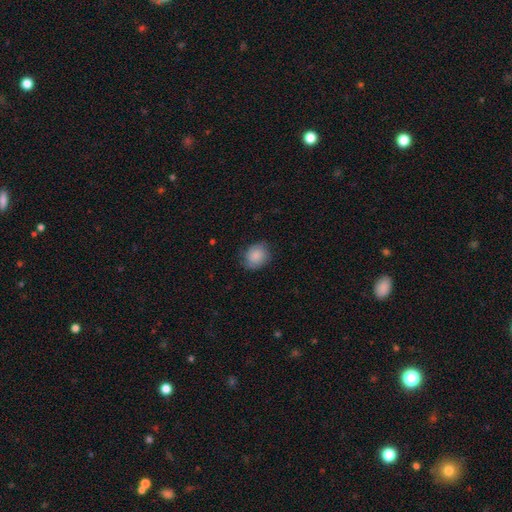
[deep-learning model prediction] smooth_or_featured: smooth (p=0.78) [alt: featured or disk p=0.15]
how_rounded: round (p=0.60) [alt: in between p=0.39]
merging: none (p=0.72) [alt: minor disturbance p=0.21]